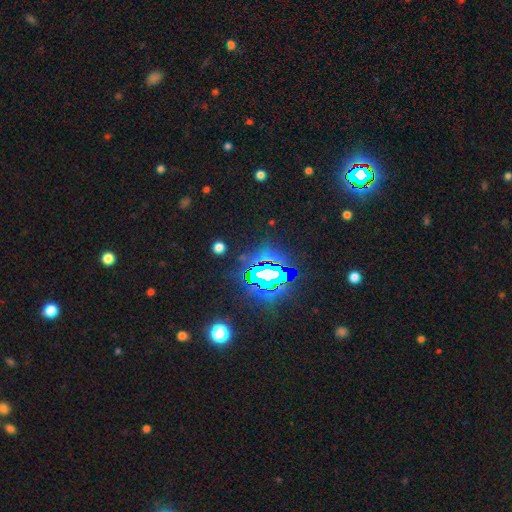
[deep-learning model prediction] A star or artifact, not a galaxy (85%).